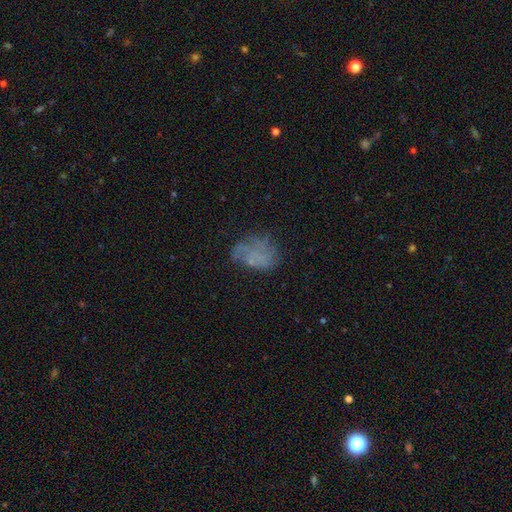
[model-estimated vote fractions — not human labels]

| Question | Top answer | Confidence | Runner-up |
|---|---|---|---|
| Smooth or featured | smooth | 43% | featured or disk (40%) |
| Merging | none | 51% | minor disturbance (23%) |